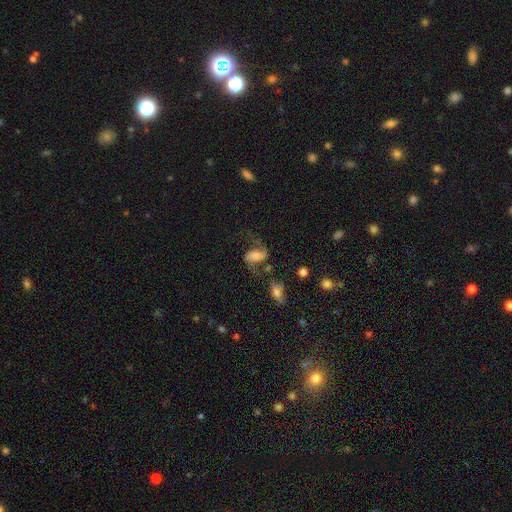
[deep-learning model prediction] Overall: featured or disk (70%). Edge-on disk: no (97%). Bar: no (40%; weak 39%). Spiral arms: yes (92%). Spiral arm count: 2 (91%). Spiral winding: loose (67%). Bulge size: moderate (31%; small 24%). Merging: none (50%; major disturbance 19%).